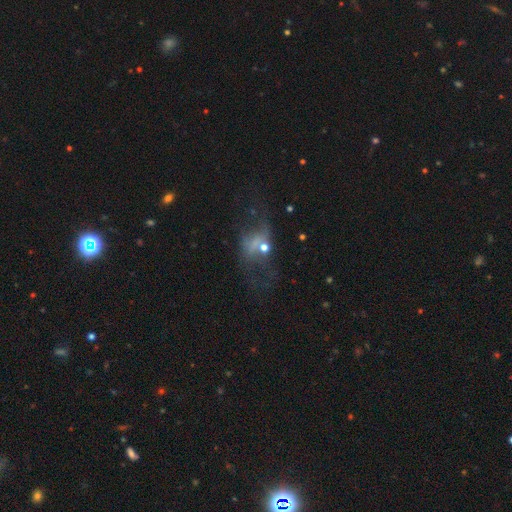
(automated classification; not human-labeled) This appears to be a featured or disk galaxy (52%). Merging: none (37%).